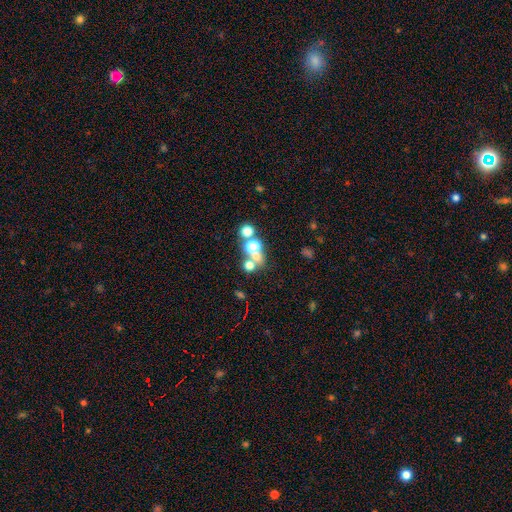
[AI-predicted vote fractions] Smooth or featured: smooth — 54% (star or artifact — 27%)
How rounded: round — 75% (in between — 24%)
Merging: merger — 47% (none — 40%)